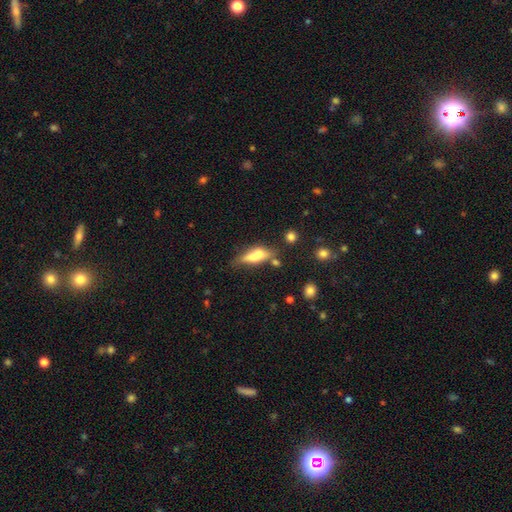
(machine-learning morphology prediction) Smooth or featured? Predicted: smooth (p=0.53). How rounded? Predicted: in between (p=0.50). Merging? Predicted: none (p=0.44).